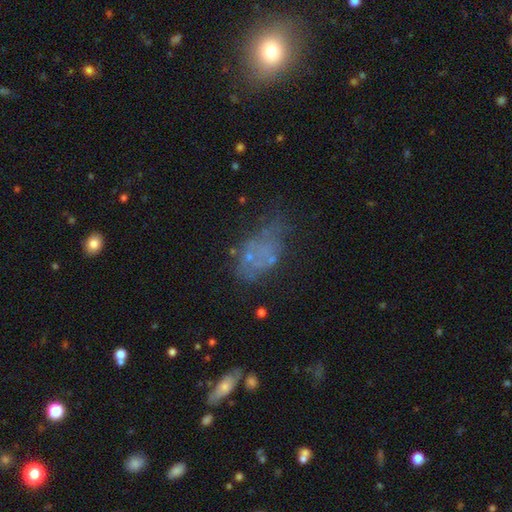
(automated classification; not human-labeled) smooth_or_featured: featured or disk (p=0.39) [alt: smooth p=0.38]
merging: none (p=0.42) [alt: major disturbance p=0.25]